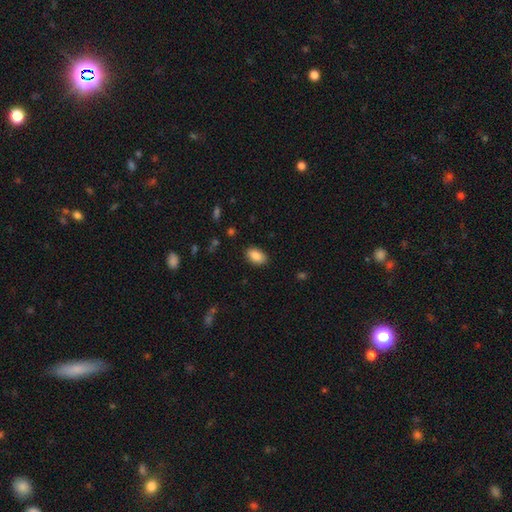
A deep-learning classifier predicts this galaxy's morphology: A smooth galaxy with no disk features (88%) that is in between round and cigar-shaped (92%). Merging: none (87%).